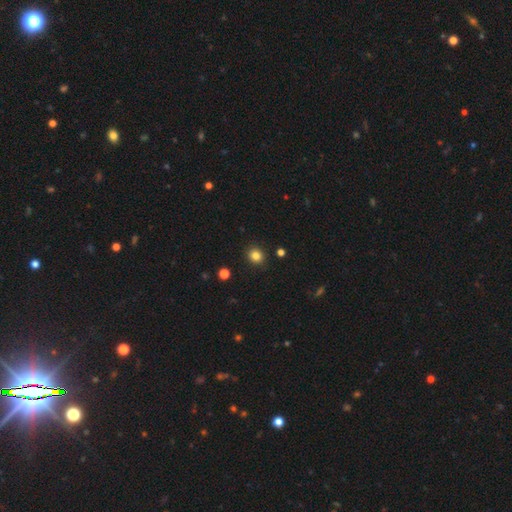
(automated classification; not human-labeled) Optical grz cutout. It shows a smooth galaxy with no disk features (84%) that is round (81%). Merging: none (90%).